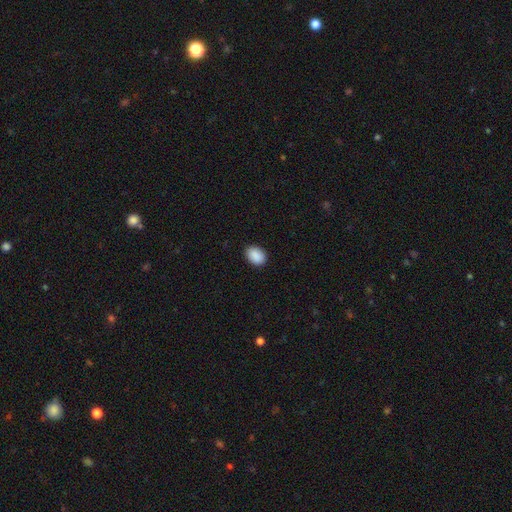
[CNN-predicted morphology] type=smooth (90%); roundness=in between (76%); merging=none (89%).